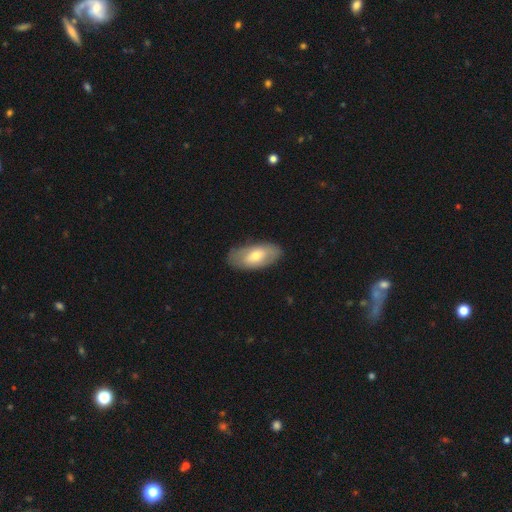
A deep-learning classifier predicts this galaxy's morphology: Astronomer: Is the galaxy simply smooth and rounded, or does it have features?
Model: smooth — 60%.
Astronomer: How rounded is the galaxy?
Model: in between — 91%.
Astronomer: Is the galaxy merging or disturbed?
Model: none — 81%.